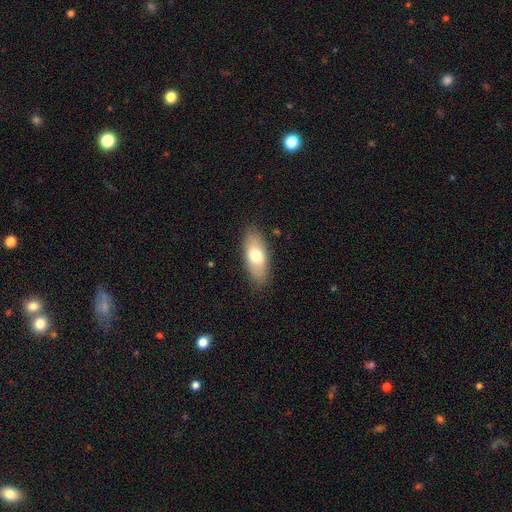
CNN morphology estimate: A smooth galaxy with no disk features (72%) that is in between round and cigar-shaped (83%).

Vote fractions:
- Smooth or featured? smooth: 72% / featured or disk: 22% / star or artifact: 6%
- How rounded? in between: 83% / cigar-shaped: 14% / round: 3%
- Merging? none: 84% / minor disturbance: 12% / major disturbance: 3% / merger: 1%